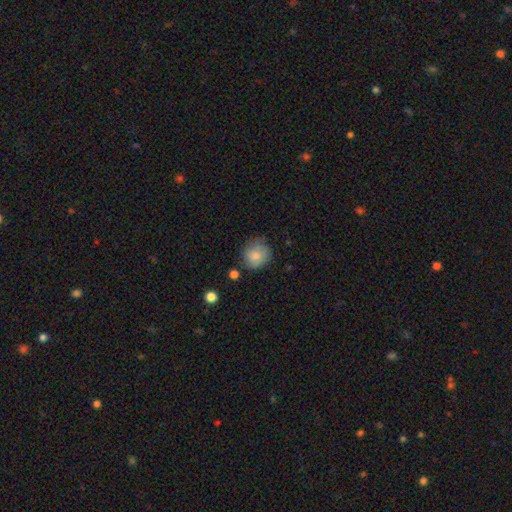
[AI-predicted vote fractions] A smooth galaxy with no disk features (82%) that is round (85%). Merging: none (70%).